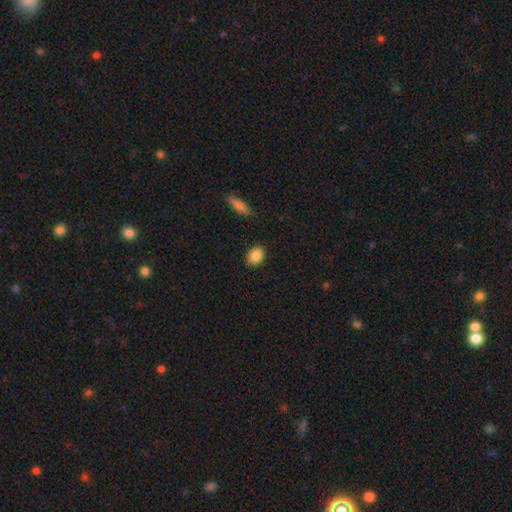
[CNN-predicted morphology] A smooth galaxy with no disk features (88%) that is in between round and cigar-shaped (65%).

Vote fractions:
- Smooth or featured? smooth: 88% / star or artifact: 8% / featured or disk: 4%
- How rounded? in between: 65% / round: 34% / cigar-shaped: 2%
- Merging? none: 87% / minor disturbance: 9% / major disturbance: 2% / merger: 1%